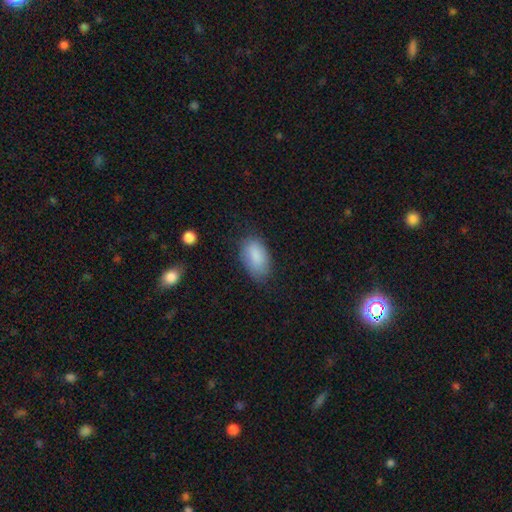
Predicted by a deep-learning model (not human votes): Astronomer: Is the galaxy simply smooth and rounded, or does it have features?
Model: smooth — 86%.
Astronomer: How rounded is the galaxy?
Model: in between — 93%.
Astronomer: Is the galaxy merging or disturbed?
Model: none — 70%.